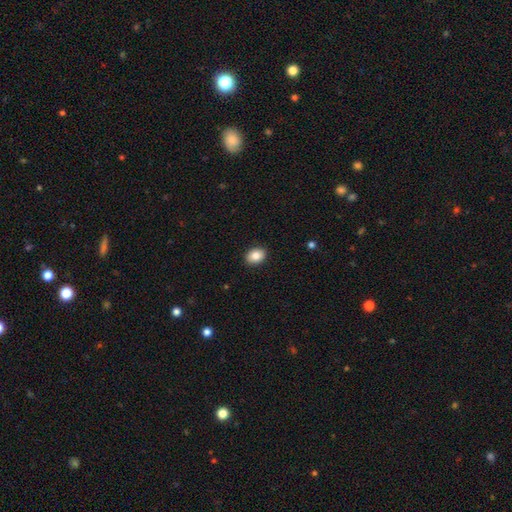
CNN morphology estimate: smooth-or-featured: smooth: 84% | star or artifact: 8% | featured or disk: 8%
  how-rounded: in between: 69% | round: 30% | cigar-shaped: 1%
  merging: none: 91% | minor disturbance: 7% | major disturbance: 2% | merger: 1%